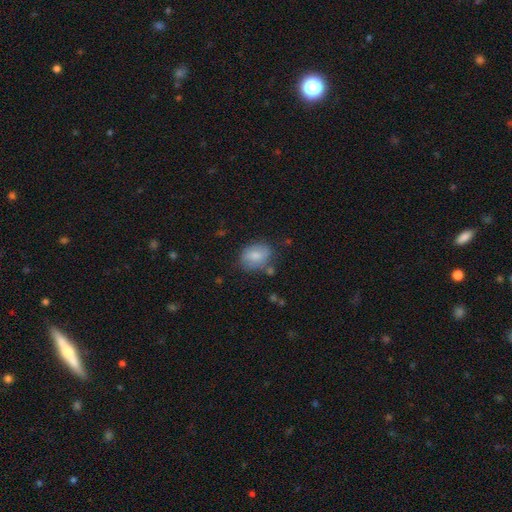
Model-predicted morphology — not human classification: type=smooth (74%); roundness=in between (64%); merging=none (66%).